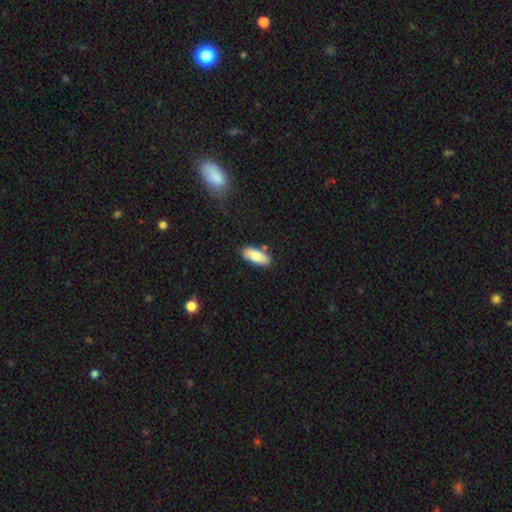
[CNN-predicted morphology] This appears to be a smooth galaxy with no disk features (83%) that is in between round and cigar-shaped (84%). Merging: none (83%).